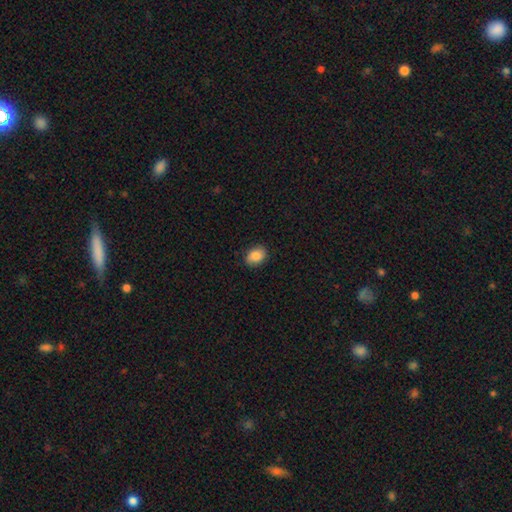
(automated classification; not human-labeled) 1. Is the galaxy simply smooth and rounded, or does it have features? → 88% smooth, 8% star or artifact, 5% featured or disk.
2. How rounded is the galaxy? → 74% in between, 25% round, 1% cigar-shaped.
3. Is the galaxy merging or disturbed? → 86% none, 11% minor disturbance, 2% major disturbance, 1% merger.